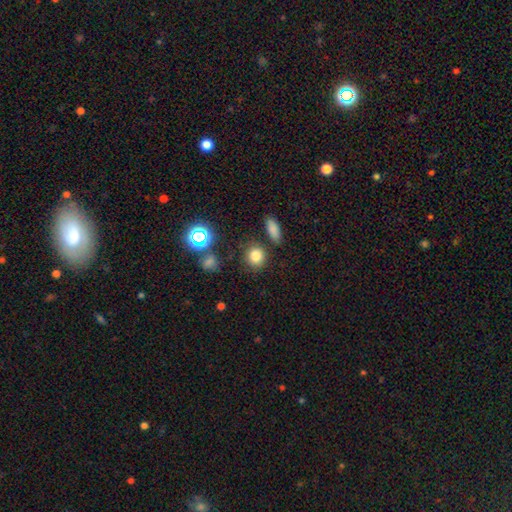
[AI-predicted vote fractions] Smooth or featured? Predicted: smooth (p=0.78). How rounded? Predicted: round (p=0.81). Merging? Predicted: none (p=0.80).